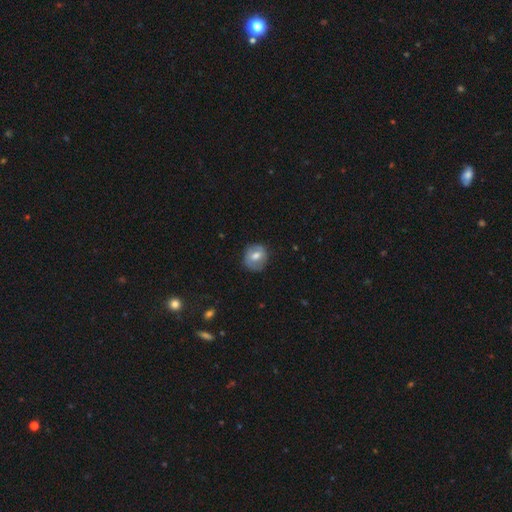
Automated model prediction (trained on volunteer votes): Smooth or featured? smooth (60%)
How rounded? round (75%)
Merging? none (76%)